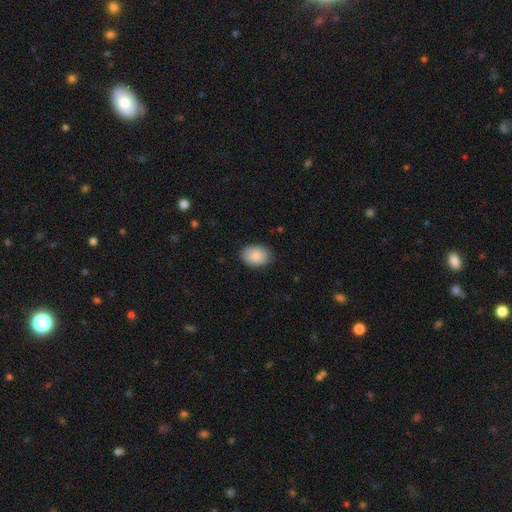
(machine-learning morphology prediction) smooth 85%, featured or disk 8%, star or artifact 7%. Down the decision tree: how rounded — in between (77%); merging — none (84%).